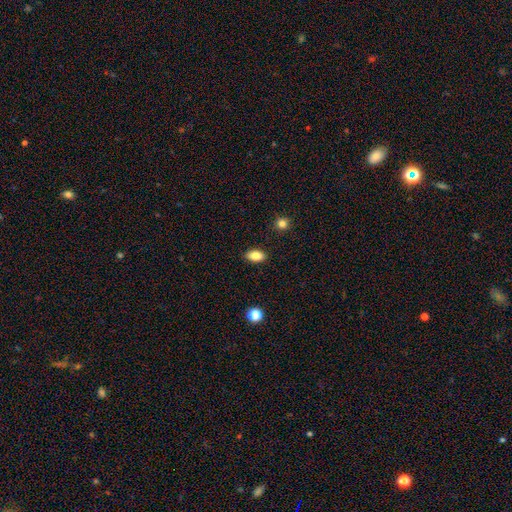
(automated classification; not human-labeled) The model was most divided on "smooth or featured": smooth: 85%, star or artifact: 9%, featured or disk: 7%. More confident: how rounded — in between (90%); merging — none (89%).